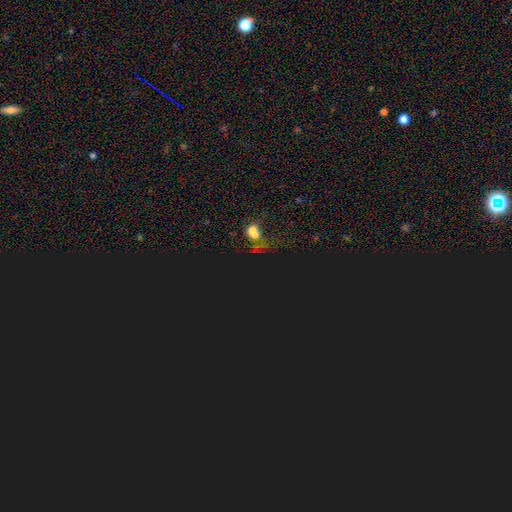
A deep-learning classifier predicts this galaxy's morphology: smooth_or_featured: star or artifact (p=0.67) [alt: smooth p=0.23]